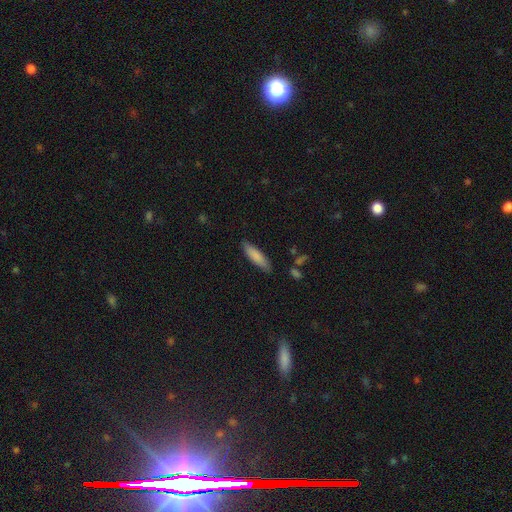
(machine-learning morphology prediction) Overall: smooth (83%). How rounded: cigar-shaped (68%; in between 31%). Merging: none (85%).